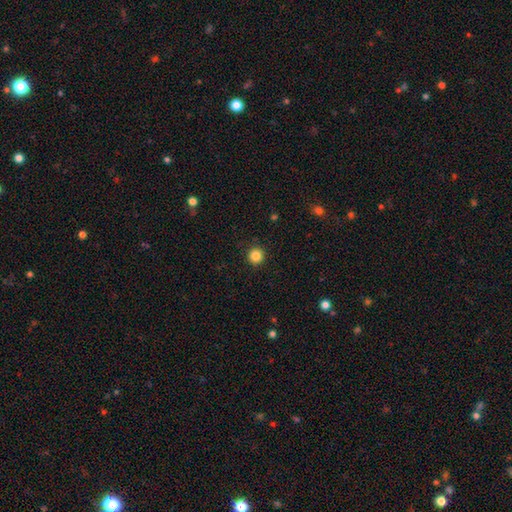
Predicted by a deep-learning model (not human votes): smooth-or-featured: smooth: 85% | star or artifact: 11% | featured or disk: 4%
  how-rounded: round: 95% | in between: 4% | cigar-shaped: 1%
  merging: none: 92% | minor disturbance: 5% | major disturbance: 2% | merger: 1%